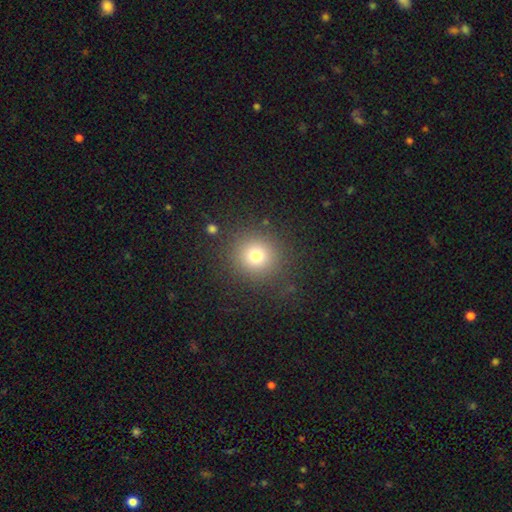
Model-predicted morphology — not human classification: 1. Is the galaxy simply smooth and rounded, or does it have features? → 75% smooth, 15% star or artifact, 9% featured or disk.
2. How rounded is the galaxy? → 90% round, 9% in between, 1% cigar-shaped.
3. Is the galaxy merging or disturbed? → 86% none, 8% minor disturbance, 4% major disturbance, 2% merger.